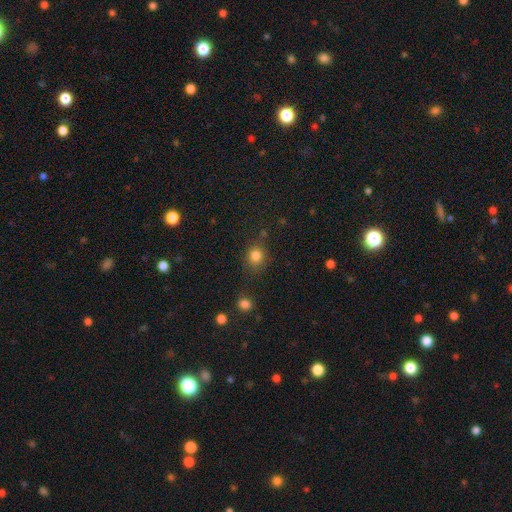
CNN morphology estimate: The model was most divided on "how rounded": round: 76%, in between: 23%, cigar-shaped: 1%. More confident: smooth or featured — smooth (82%); merging — none (76%).